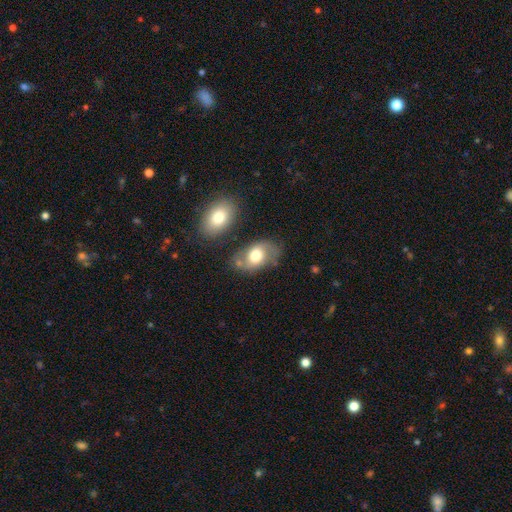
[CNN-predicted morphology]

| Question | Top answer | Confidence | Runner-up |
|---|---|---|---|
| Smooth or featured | smooth | 56% | featured or disk (36%) |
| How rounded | in between | 85% | round (13%) |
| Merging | none | 63% | minor disturbance (20%) |